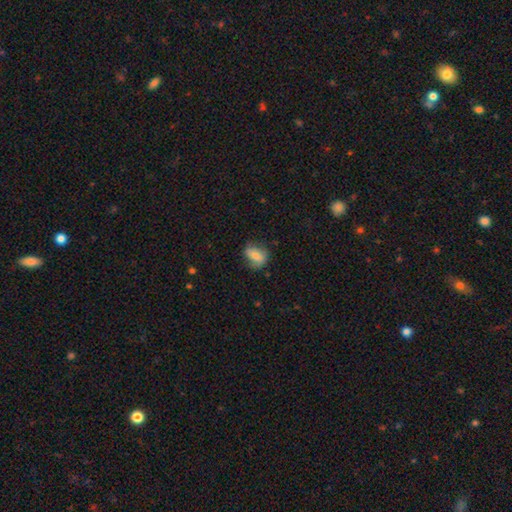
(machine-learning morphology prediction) Q: Smooth or featured?
A: smooth (71%); runner-up: featured or disk (21%)
Q: How rounded?
A: in between (73%); runner-up: round (25%)
Q: Merging?
A: none (61%); runner-up: minor disturbance (28%)